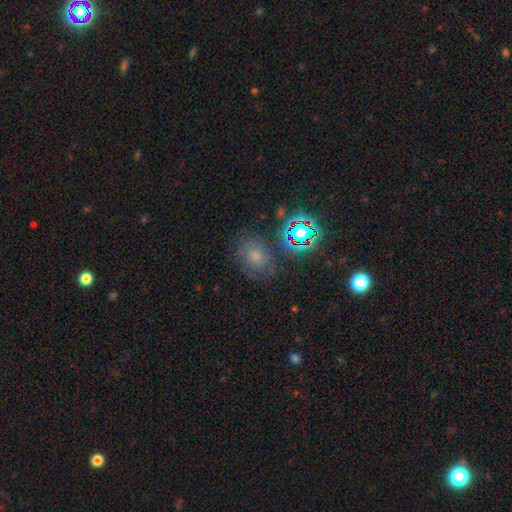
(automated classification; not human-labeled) A smooth galaxy with no disk features (61%) that is round (50%). Merging: none (72%).